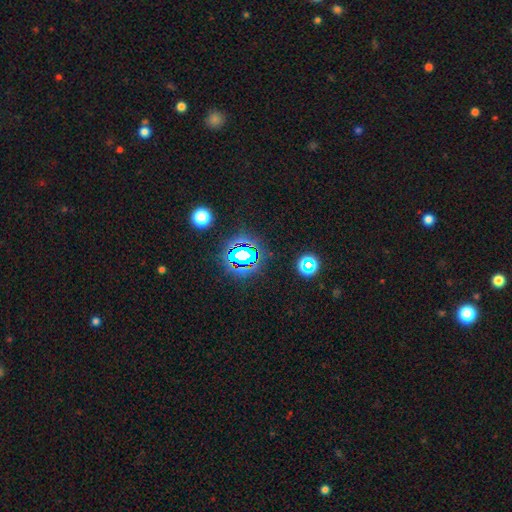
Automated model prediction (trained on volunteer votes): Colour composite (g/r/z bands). It shows a star or artifact, not a galaxy (78%).